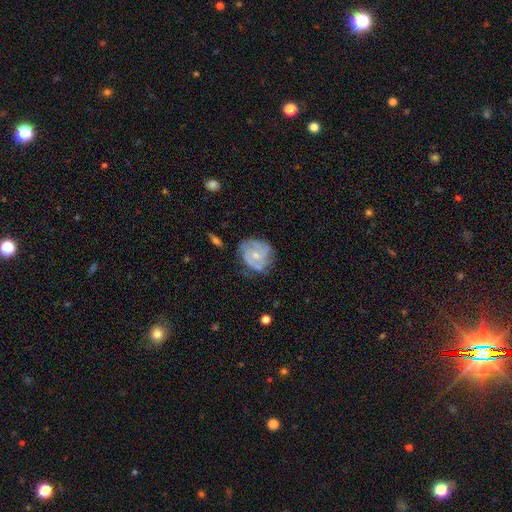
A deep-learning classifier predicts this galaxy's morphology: Q: Smooth or featured?
A: featured or disk (74%); runner-up: smooth (19%)
Q: Edge-on disk?
A: no (98%); runner-up: yes (2%)
Q: Bar?
A: no (67%); runner-up: weak (28%)
Q: Spiral arms?
A: yes (88%); runner-up: no (12%)
Q: Spiral winding?
A: tight (47%); runner-up: medium (40%)
Q: Spiral arm count?
A: can't tell (30%); runner-up: 3 (28%)
Q: Bulge size?
A: small (61%); runner-up: moderate (32%)
Q: Merging?
A: none (65%); runner-up: minor disturbance (23%)